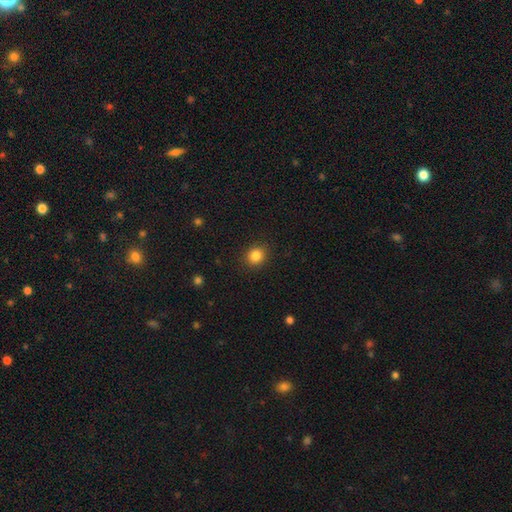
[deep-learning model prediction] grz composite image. It shows a smooth galaxy with no disk features (85%) that is round (81%). Merging: none (90%).